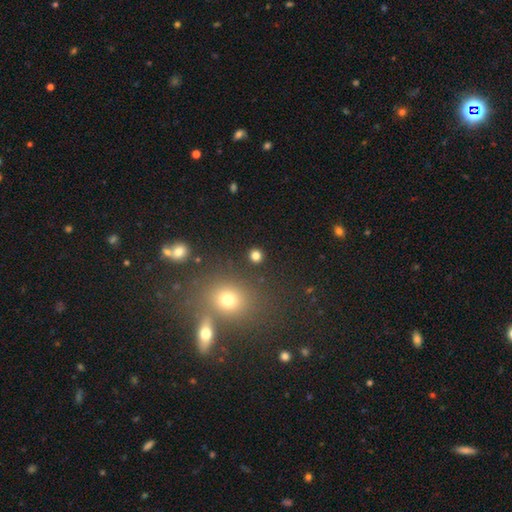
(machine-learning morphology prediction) smooth 79%, star or artifact 16%, featured or disk 5%. Down the decision tree: how rounded — round (89%); merging — none (89%).